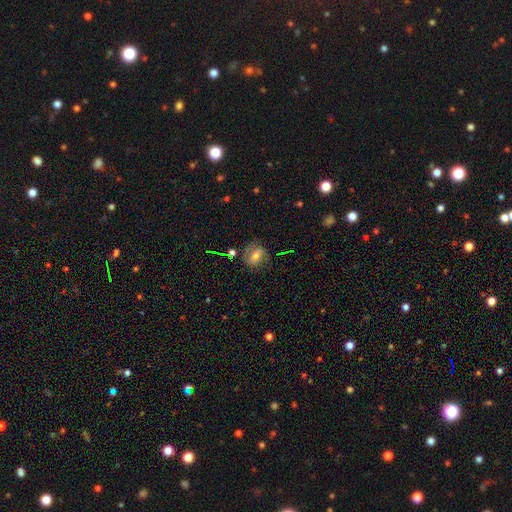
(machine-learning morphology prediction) type=smooth (50%); merging=none (71%).